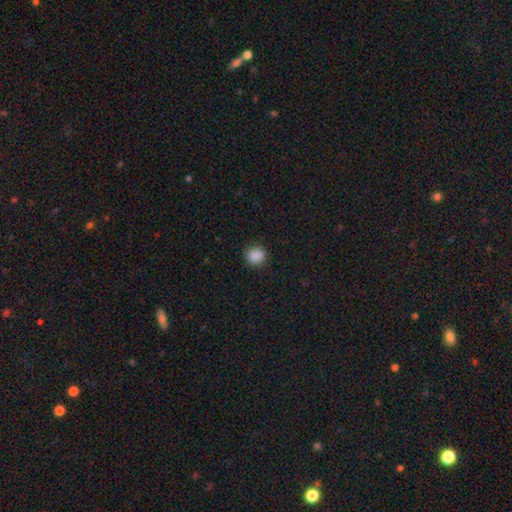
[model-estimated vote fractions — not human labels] Smooth or featured? smooth (87%)
How rounded? round (83%)
Merging? none (87%)